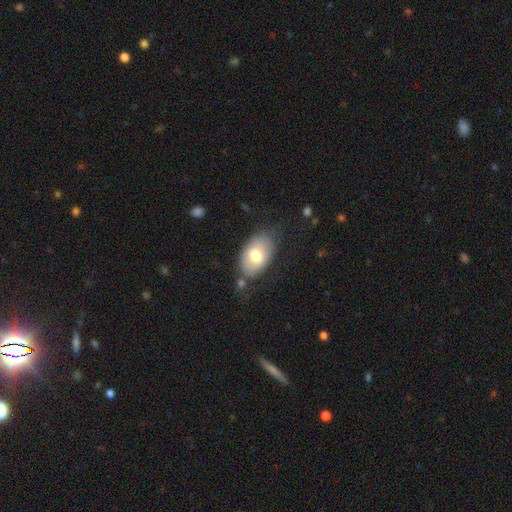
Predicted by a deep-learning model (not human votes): Overall: smooth (72%). How rounded: in between (91%). Merging: none (66%).